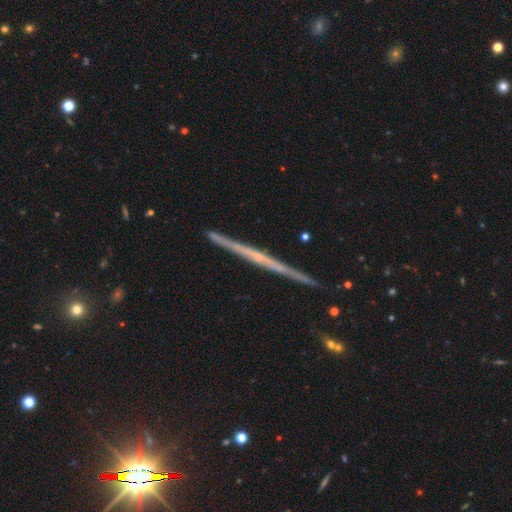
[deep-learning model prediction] Smooth or featured? featured or disk (75%)
Edge-on disk? yes (98%)
Edge-on bulge? none (70%)
Merging? none (90%)